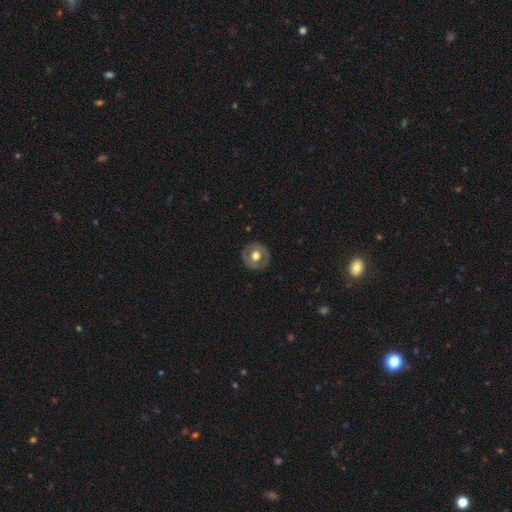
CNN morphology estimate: A featured or disk galaxy (47%, tied with smooth). Merging: none (86%).